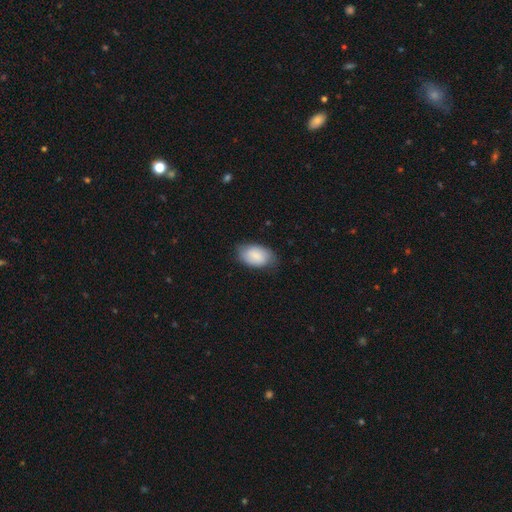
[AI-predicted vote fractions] This appears to be a smooth galaxy with no disk features (82%) that is in between round and cigar-shaped (92%). Merging: none (71%).